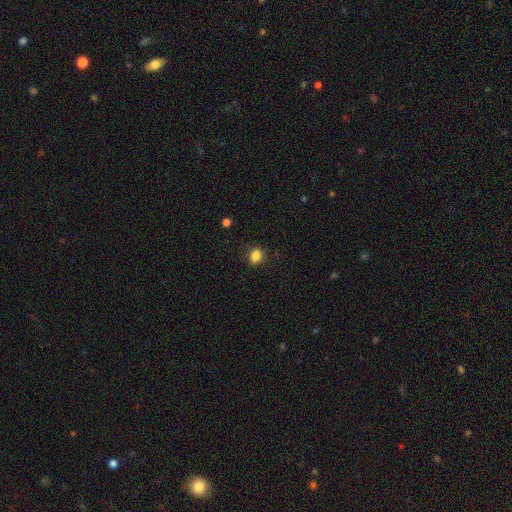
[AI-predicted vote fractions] smooth 85%, star or artifact 11%, featured or disk 4%. Down the decision tree: how rounded — round (50%); merging — none (85%).